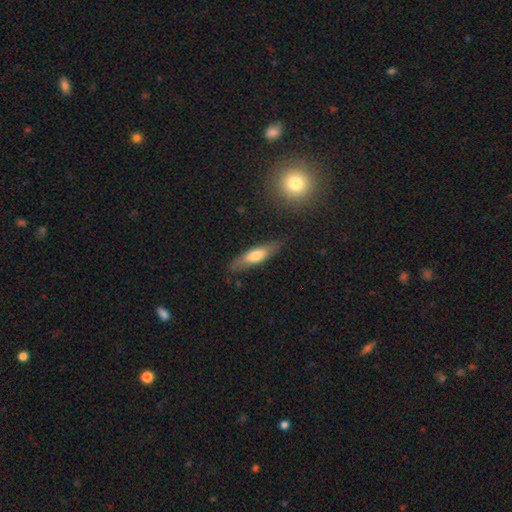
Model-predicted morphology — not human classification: smooth_or_featured: smooth (p=0.59) [alt: featured or disk p=0.35]
how_rounded: cigar-shaped (p=0.62) [alt: in between p=0.36]
merging: none (p=0.80) [alt: minor disturbance p=0.15]